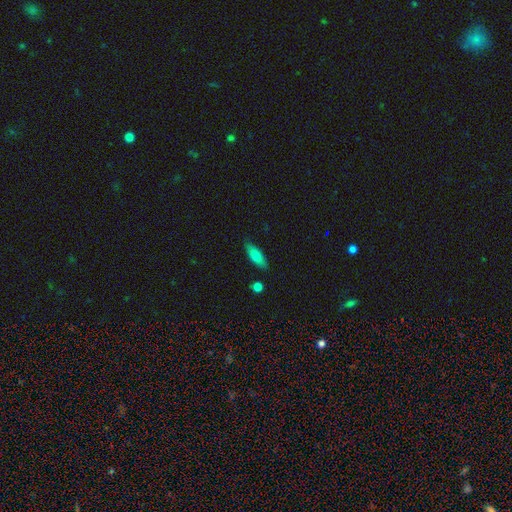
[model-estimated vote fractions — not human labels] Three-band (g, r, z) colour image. It shows a smooth galaxy with no disk features (74%) that is in between round and cigar-shaped (61%). Merging: none (84%).